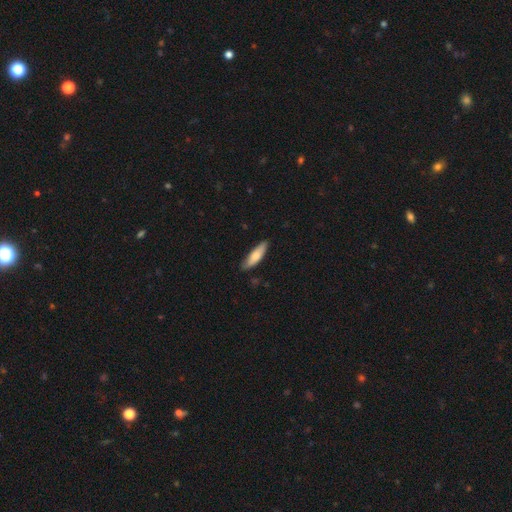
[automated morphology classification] Smooth or featured: smooth — 76% (featured or disk — 19%)
How rounded: cigar-shaped — 62% (in between — 36%)
Merging: none — 82% (minor disturbance — 15%)